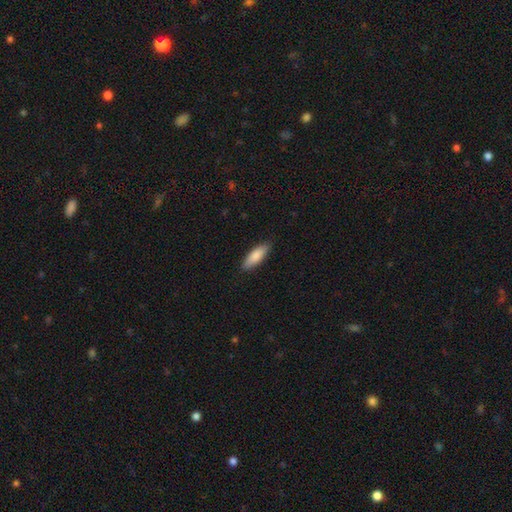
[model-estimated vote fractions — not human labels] smooth-or-featured: smooth: 84% | featured or disk: 11% | star or artifact: 6%
  how-rounded: in between: 57% | cigar-shaped: 41% | round: 2%
  merging: none: 87% | minor disturbance: 10% | major disturbance: 2% | merger: 1%